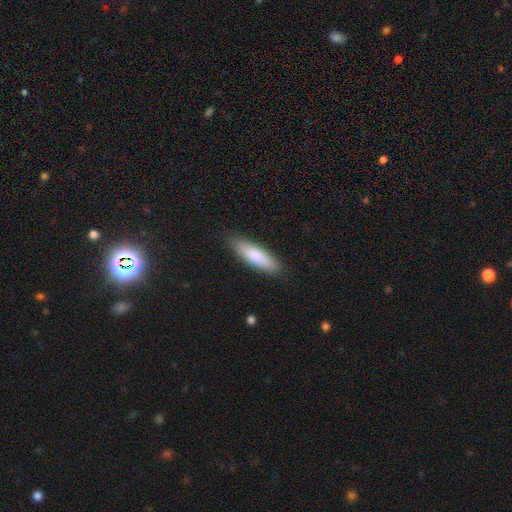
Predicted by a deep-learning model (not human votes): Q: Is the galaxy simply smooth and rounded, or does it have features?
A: smooth — 80%.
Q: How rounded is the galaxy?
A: cigar-shaped — 64%.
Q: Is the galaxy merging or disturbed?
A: none — 87%.